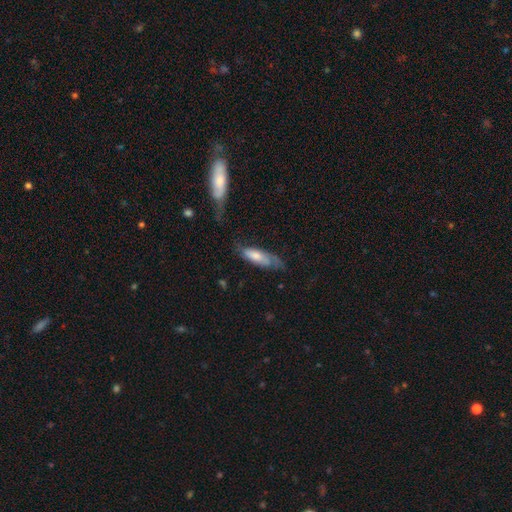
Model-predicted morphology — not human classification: Smooth or featured? smooth (52%)
How rounded? in between (54%)
Merging? none (47%)